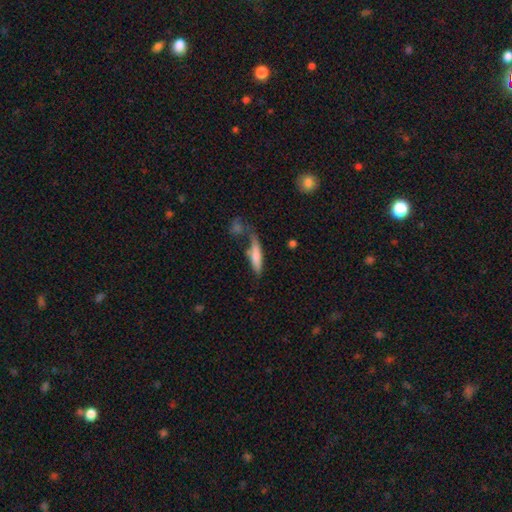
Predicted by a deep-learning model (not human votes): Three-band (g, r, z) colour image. It shows a smooth galaxy with no disk features (72%) that is cigar-shaped (68%). Merging: none (39%).